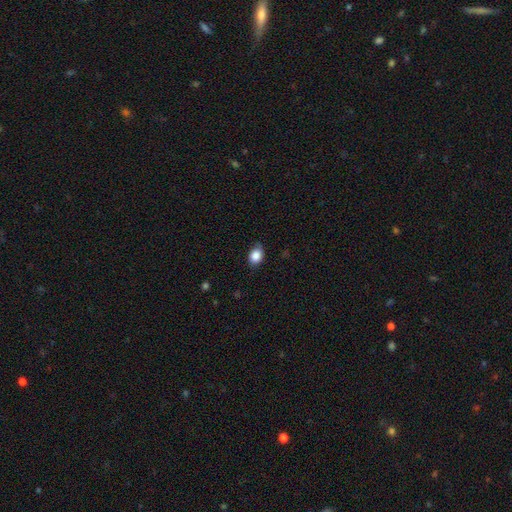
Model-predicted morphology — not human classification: This is clearly a smooth galaxy (85%). How rounded: likely in between (60%). Merging: likely none (75%).